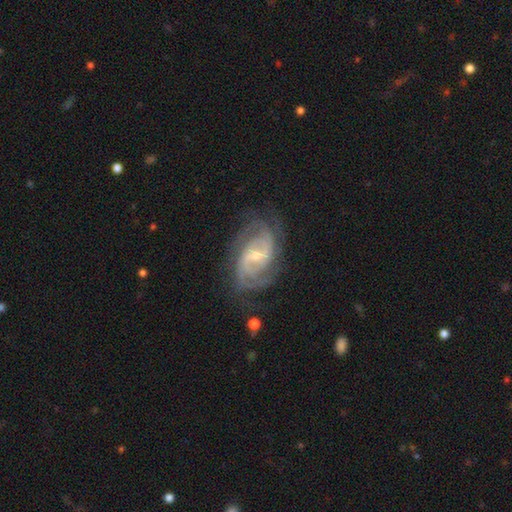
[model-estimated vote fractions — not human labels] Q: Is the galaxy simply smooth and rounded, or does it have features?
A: featured or disk — 88%.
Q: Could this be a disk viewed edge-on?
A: no — 97%.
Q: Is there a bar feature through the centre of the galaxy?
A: weak — 53%.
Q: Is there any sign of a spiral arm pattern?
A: yes — 96%.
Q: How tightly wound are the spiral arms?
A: medium — 46%.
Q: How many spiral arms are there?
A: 2 — 55%.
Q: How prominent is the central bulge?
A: small — 62%.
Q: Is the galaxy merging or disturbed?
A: none — 70%.